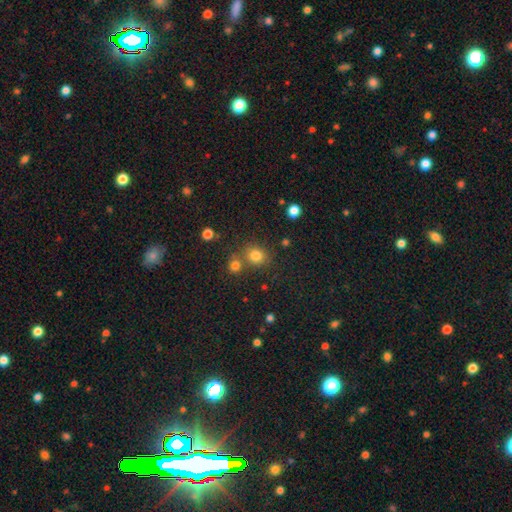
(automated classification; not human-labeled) Smooth or featured? smooth (79%)
How rounded? round (78%)
Merging? none (67%)